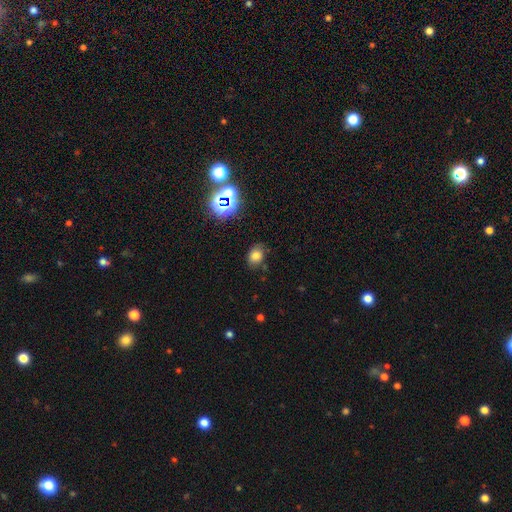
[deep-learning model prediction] Overall: smooth (71%). How rounded: in between (61%; round 38%). Merging: none (73%).